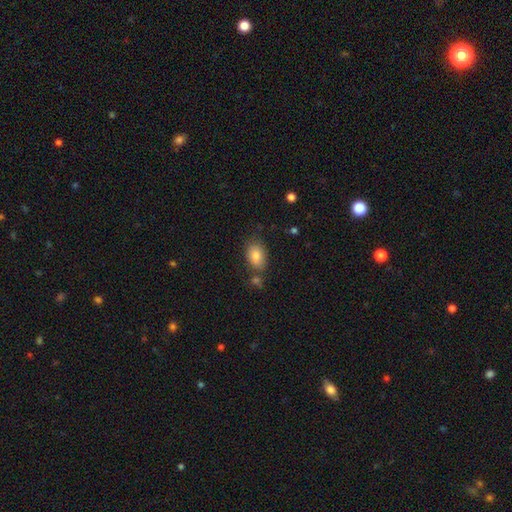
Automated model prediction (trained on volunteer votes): A smooth galaxy with no disk features (82%) that is in between round and cigar-shaped (86%). Merging: none (69%).